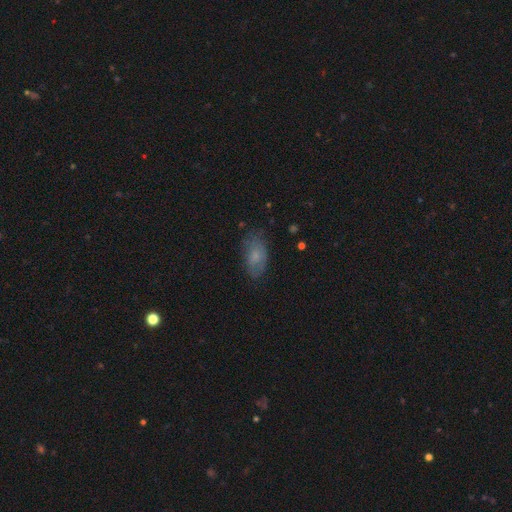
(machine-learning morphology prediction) A smooth galaxy with no disk features (68%) that is in between round and cigar-shaped (91%). Merging: none (70%).